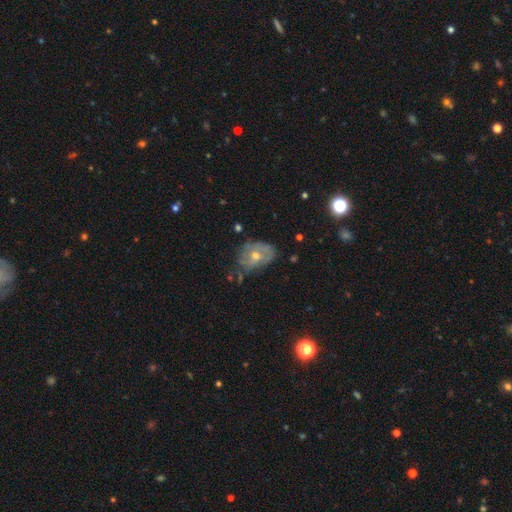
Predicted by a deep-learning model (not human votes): smooth-or-featured: featured or disk: 55% | smooth: 33% | star or artifact: 12%
  disk-edge-on: no: 94% | yes: 6%
    bar: no: 81% | weak: 15% | strong: 3%
    has-spiral-arms: yes: 51% | no: 49%
    bulge-size: moderate: 67% | small: 28% | large: 3% | none: 1% | dominant: 1%
  merging: none: 52% | minor disturbance: 31% | major disturbance: 13% | merger: 3%